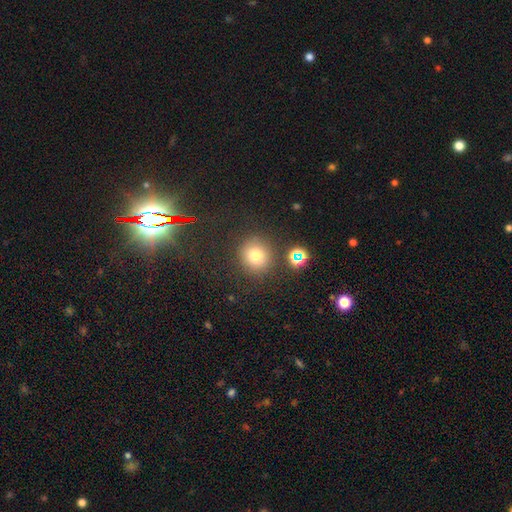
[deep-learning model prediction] The model was most divided on "smooth or featured": smooth: 75%, star or artifact: 17%, featured or disk: 9%. More confident: how rounded — round (90%); merging — none (83%).